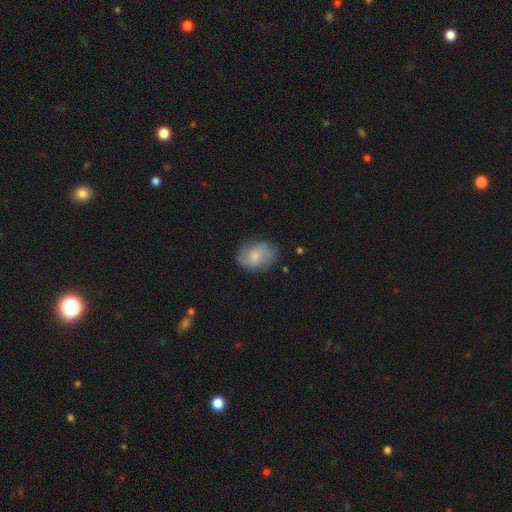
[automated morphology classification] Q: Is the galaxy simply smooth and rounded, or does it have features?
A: smooth — 47%.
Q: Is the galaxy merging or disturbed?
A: none — 68%.